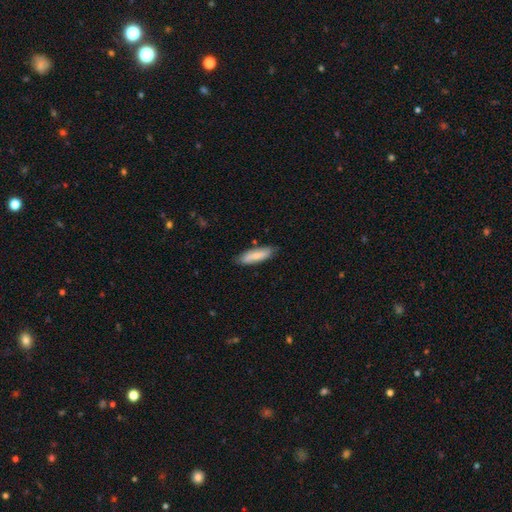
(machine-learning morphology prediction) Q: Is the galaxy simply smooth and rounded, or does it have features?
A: smooth — 72%.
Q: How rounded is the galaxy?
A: cigar-shaped — 52%.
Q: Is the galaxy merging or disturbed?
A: none — 81%.